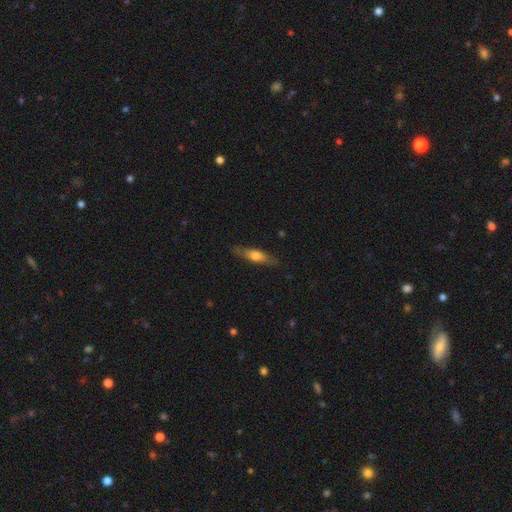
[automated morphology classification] smooth-or-featured: smooth: 54% | featured or disk: 40% | star or artifact: 6%
  how-rounded: cigar-shaped: 66% | in between: 32% | round: 2%
  merging: none: 80% | minor disturbance: 15% | major disturbance: 3% | merger: 1%